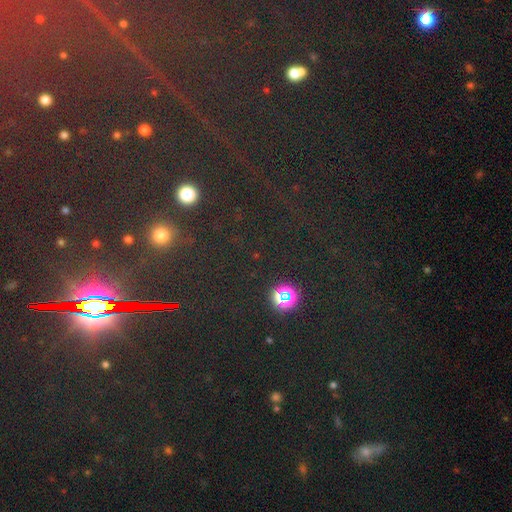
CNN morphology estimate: smooth-or-featured: star or artifact: 81% | smooth: 11% | featured or disk: 8%